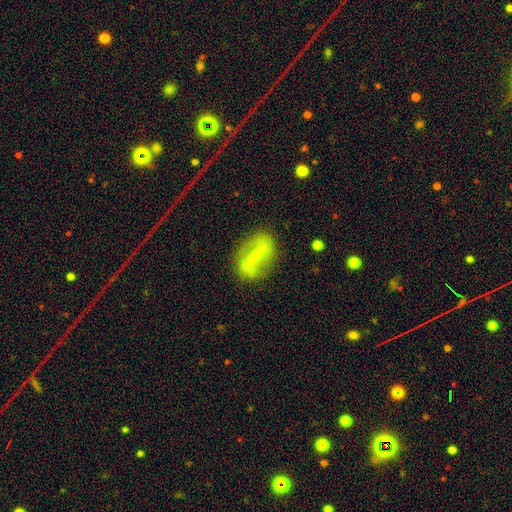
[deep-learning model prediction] Smooth or featured? Predicted: featured or disk (p=0.63). Edge-on disk? Predicted: no (p=0.80). Bar? Predicted: strong (p=0.67). Spiral arms? Predicted: no (p=0.59). Bulge size? Predicted: small (p=0.49). Merging? Predicted: none (p=0.80).